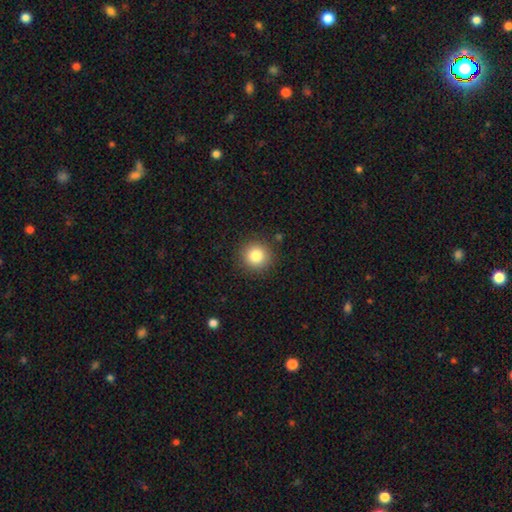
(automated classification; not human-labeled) This appears to be a smooth galaxy with no disk features (83%) that is round (94%). Merging: none (89%).